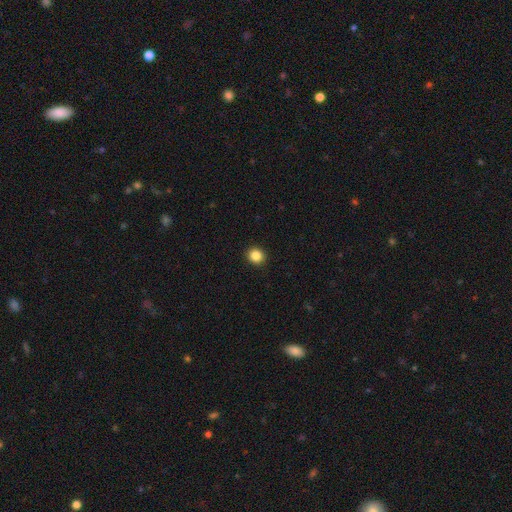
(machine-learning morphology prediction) Smooth or featured? smooth (86%)
How rounded? round (87%)
Merging? none (93%)